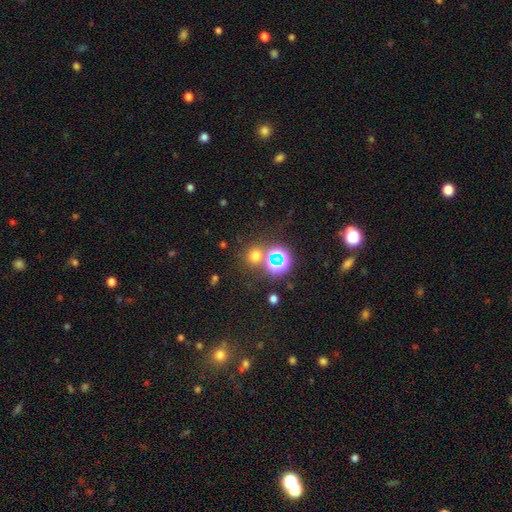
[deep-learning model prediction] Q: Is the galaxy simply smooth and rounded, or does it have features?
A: smooth — 58%.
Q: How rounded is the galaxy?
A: round — 88%.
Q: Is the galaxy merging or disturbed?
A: none — 74%.